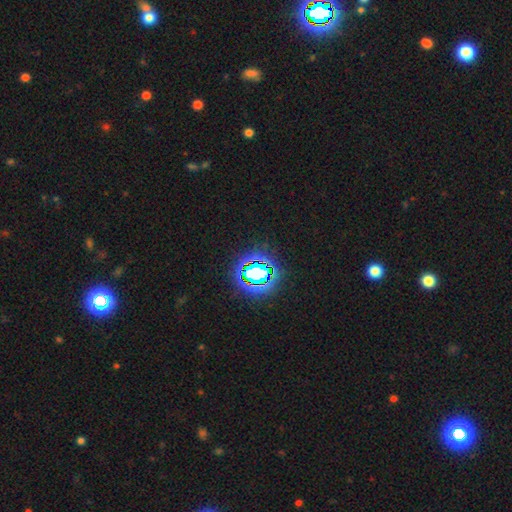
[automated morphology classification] Q: Smooth or featured?
A: star or artifact (79%); runner-up: smooth (14%)